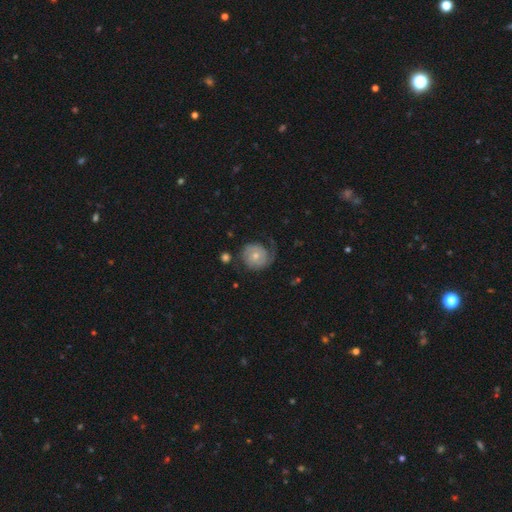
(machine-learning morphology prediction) Smooth or featured?
  - featured or disk: 68% *
  - smooth: 25%
  - star or artifact: 7%
Edge-on disk?
  - no: 98% *
  - yes: 2%
Bar?
  - no: 76% *
  - weak: 20%
  - strong: 4%
Spiral arms?
  - yes: 89% *
  - no: 11%
Spiral winding?
  - tight: 55% *
  - medium: 28%
  - loose: 17%
Spiral arm count?
  - 2: 47% *
  - 1: 32%
  - can't tell: 14%
  - 3: 4%
  - 4: 2%
  - more than 4: 2%
Bulge size?
  - moderate: 52% *
  - small: 43%
  - large: 3%
  - none: 2%
  - dominant: 1%
Merging?
  - none: 57% *
  - minor disturbance: 22%
  - major disturbance: 19%
  - merger: 3%